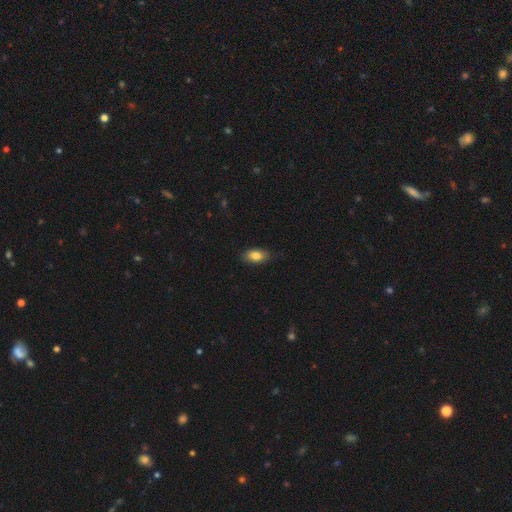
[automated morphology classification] The model was most divided on "merging": none: 84%, minor disturbance: 13%, major disturbance: 2%, merger: 1%. More confident: how rounded — in between (90%); smooth or featured — smooth (82%).